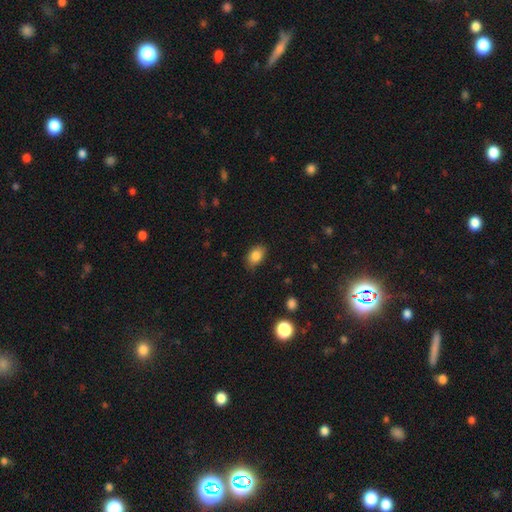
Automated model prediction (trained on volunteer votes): This appears to be a smooth galaxy with no disk features (86%) that is in between round and cigar-shaped (84%). Merging: none (80%).